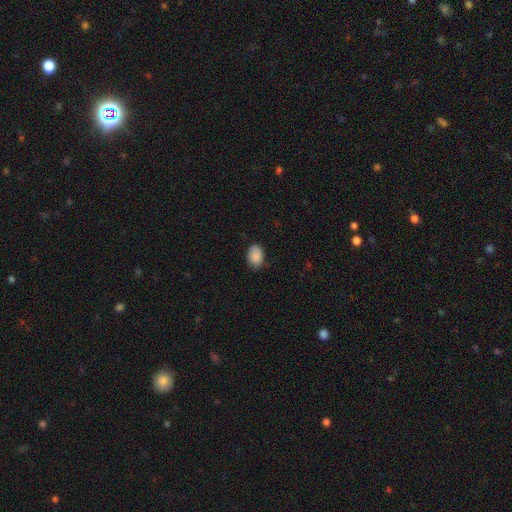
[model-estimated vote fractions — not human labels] A smooth galaxy with no disk features (88%) that is in between round and cigar-shaped (78%).

Vote fractions:
- Smooth or featured? smooth: 88% / star or artifact: 7% / featured or disk: 5%
- How rounded? in between: 78% / round: 21% / cigar-shaped: 1%
- Merging? none: 75% / minor disturbance: 21% / major disturbance: 4% / merger: 1%